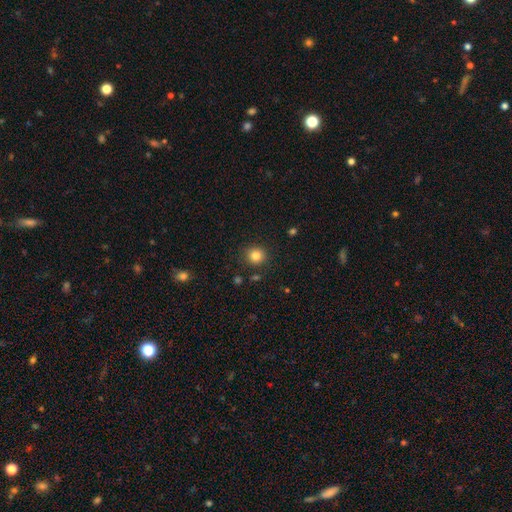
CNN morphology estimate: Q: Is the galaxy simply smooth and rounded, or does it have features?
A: smooth — 83%.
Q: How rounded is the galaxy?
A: round — 89%.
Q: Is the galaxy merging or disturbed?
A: none — 88%.